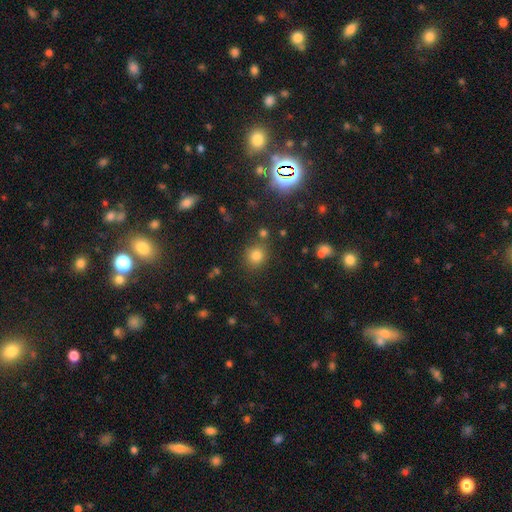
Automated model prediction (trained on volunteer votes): Smooth or featured? Predicted: smooth (p=0.77). How rounded? Predicted: round (p=0.82). Merging? Predicted: none (p=0.79).